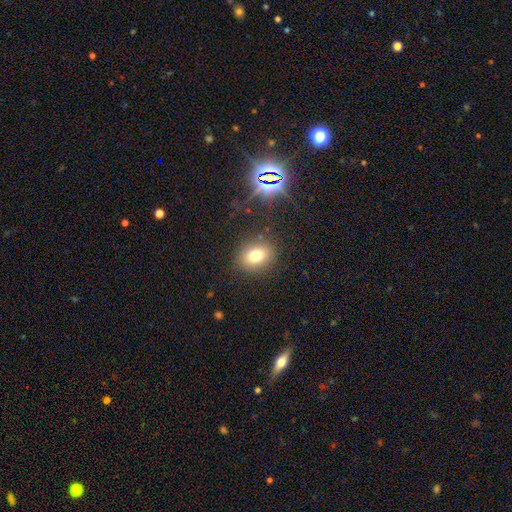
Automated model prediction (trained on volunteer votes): A smooth galaxy with no disk features (73%) that is in between round and cigar-shaped (58%).

Vote fractions:
- Smooth or featured? smooth: 73% / star or artifact: 15% / featured or disk: 12%
- How rounded? in between: 58% / round: 41% / cigar-shaped: 1%
- Merging? none: 85% / minor disturbance: 10% / major disturbance: 4% / merger: 2%